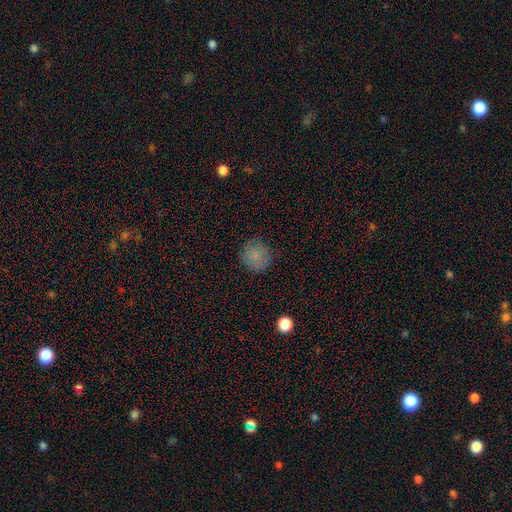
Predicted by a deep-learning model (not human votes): smooth-or-featured: smooth: 82% | star or artifact: 11% | featured or disk: 7%
  how-rounded: round: 92% | in between: 7% | cigar-shaped: 1%
  merging: none: 82% | minor disturbance: 13% | major disturbance: 3% | merger: 1%